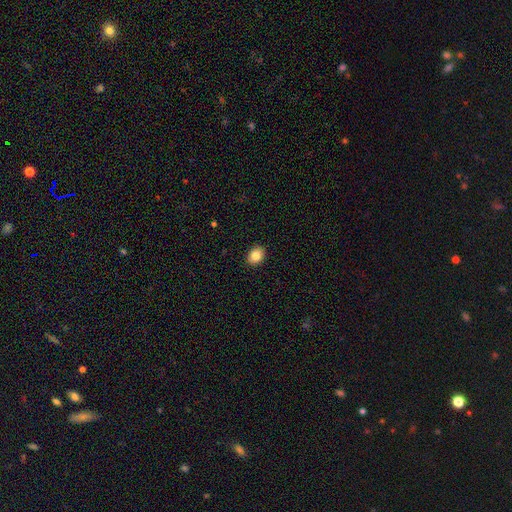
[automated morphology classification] Smooth or featured: smooth — 85% (star or artifact — 9%)
How rounded: in between — 62% (round — 37%)
Merging: none — 91% (minor disturbance — 6%)